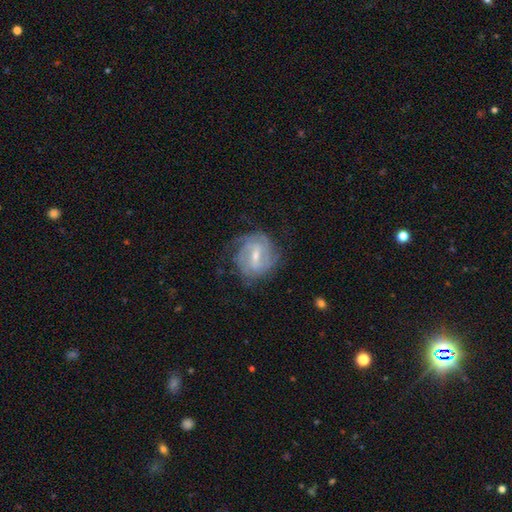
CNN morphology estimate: smooth-or-featured: featured or disk: 81% | smooth: 13% | star or artifact: 6%
  disk-edge-on: no: 96% | yes: 4%
    bar: weak: 54% | strong: 32% | no: 14%
    has-spiral-arms: yes: 91% | no: 9%
      spiral-winding: tight: 56% | medium: 34% | loose: 10%
      spiral-arm-count: can't tell: 35% | 2: 30% | 3: 18% | 4: 8% | 1: 4% | more than 4: 4%
    bulge-size: small: 52% | moderate: 43% | none: 2% | large: 2% | dominant: 1%
  merging: none: 69% | minor disturbance: 20% | major disturbance: 10% | merger: 1%